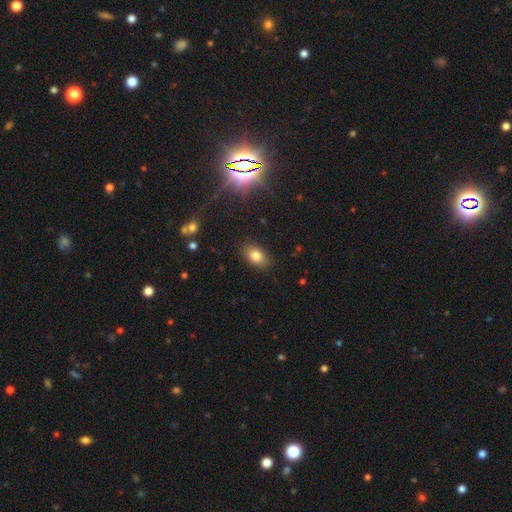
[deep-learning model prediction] Smooth or featured?
  - smooth: 80% *
  - star or artifact: 10%
  - featured or disk: 9%
How rounded?
  - in between: 86% *
  - round: 12%
  - cigar-shaped: 2%
Merging?
  - none: 86% *
  - minor disturbance: 10%
  - major disturbance: 3%
  - merger: 1%